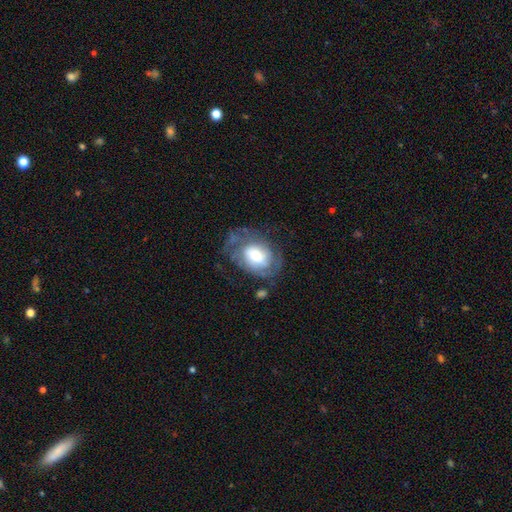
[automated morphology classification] The model was most divided on "bulge size": large: 42%, moderate: 34%, small: 14%, dominant: 8%, none: 3%. More confident: edge-on disk — no (97%); spiral arms — yes (81%); bar — no (65%); smooth or featured — featured or disk (61%); merging — none (52%).